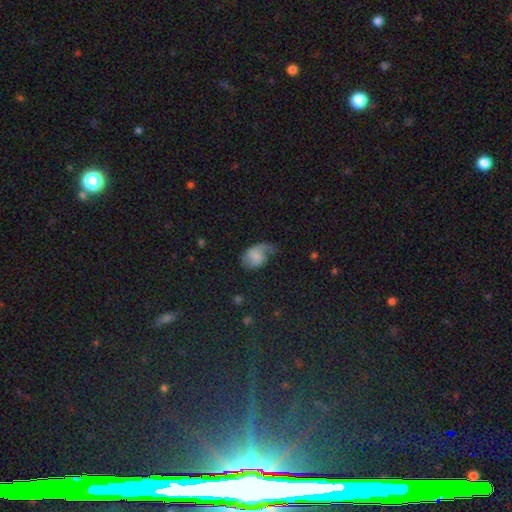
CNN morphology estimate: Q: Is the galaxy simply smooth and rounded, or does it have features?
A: smooth — 47%.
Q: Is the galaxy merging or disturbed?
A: none — 36%.